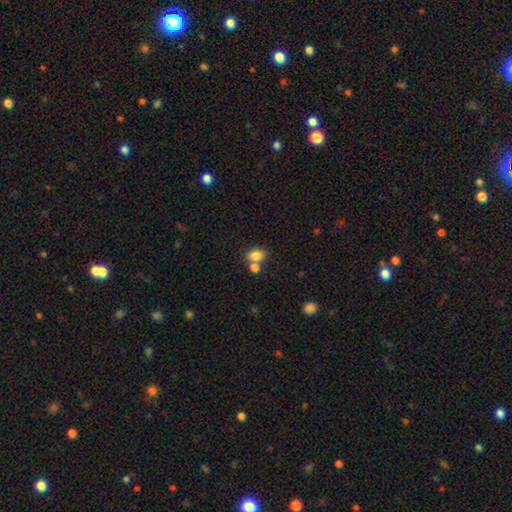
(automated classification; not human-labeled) A smooth galaxy with no disk features (82%) that is in between round and cigar-shaped (77%).

Vote fractions:
- Smooth or featured? smooth: 82% / star or artifact: 10% / featured or disk: 7%
- How rounded? in between: 77% / round: 22% / cigar-shaped: 2%
- Merging? none: 51% / merger: 34% / minor disturbance: 11% / major disturbance: 4%